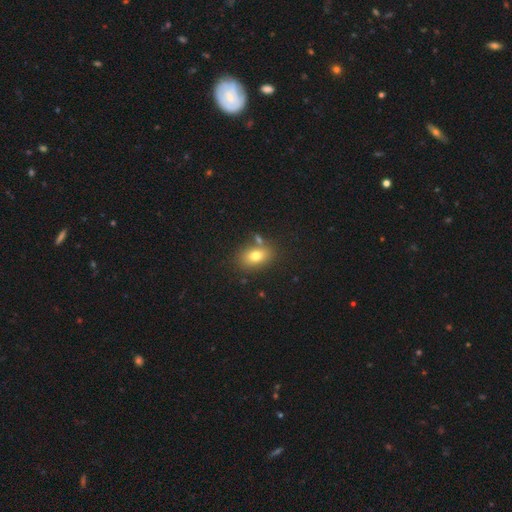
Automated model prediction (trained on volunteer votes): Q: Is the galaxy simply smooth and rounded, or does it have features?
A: smooth — 76%.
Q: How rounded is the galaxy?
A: in between — 79%.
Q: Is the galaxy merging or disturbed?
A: none — 72%.